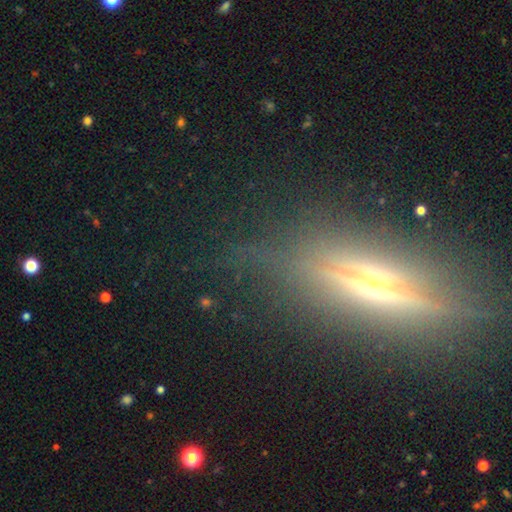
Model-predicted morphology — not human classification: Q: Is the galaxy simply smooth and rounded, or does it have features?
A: featured or disk — 66%.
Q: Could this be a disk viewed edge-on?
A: yes — 87%.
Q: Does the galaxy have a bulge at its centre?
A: rounded — 92%.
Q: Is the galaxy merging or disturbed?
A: none — 77%.